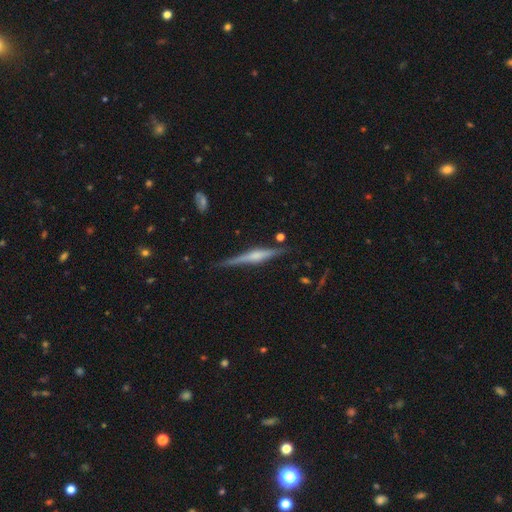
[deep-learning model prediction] smooth-or-featured: featured or disk: 74% | smooth: 20% | star or artifact: 6%
  disk-edge-on: yes: 98% | no: 2%
    edge-on-bulge: rounded: 68% | boxy: 21% | none: 11%
  merging: none: 85% | minor disturbance: 11% | major disturbance: 2% | merger: 2%